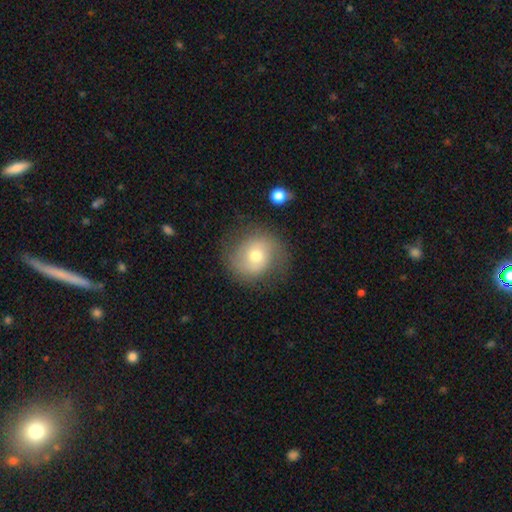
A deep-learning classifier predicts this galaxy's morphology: This is possibly a smooth galaxy (50%). Merging: likely none (70%).